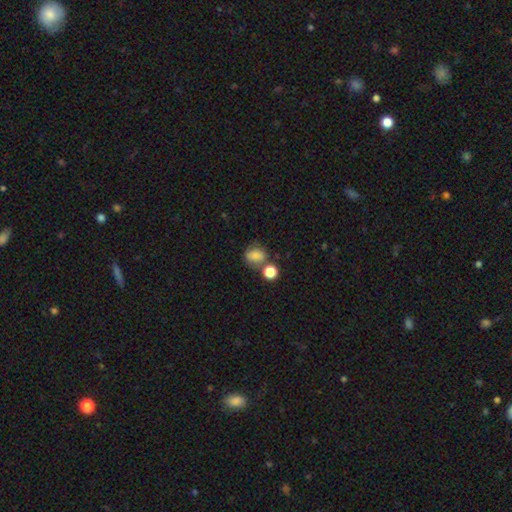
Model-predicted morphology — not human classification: smooth 77%, star or artifact 12%, featured or disk 11%. Down the decision tree: how rounded — round (56%); merging — none (55%).